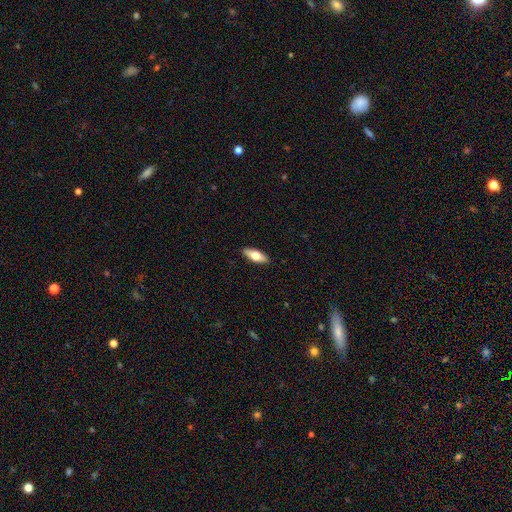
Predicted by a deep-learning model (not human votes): smooth 65%, featured or disk 29%, star or artifact 6%. Down the decision tree: how rounded — in between (69%); merging — none (90%).